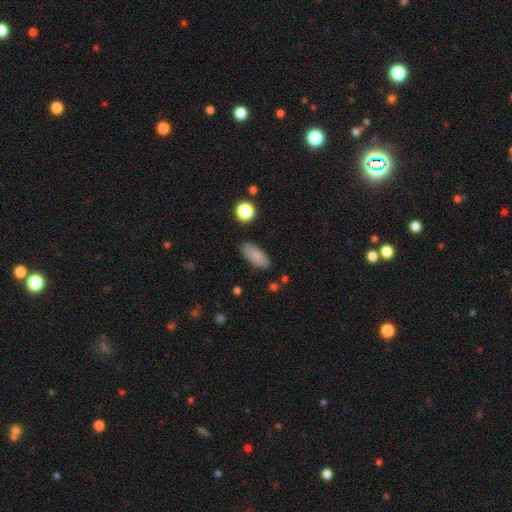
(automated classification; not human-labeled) This appears to be a smooth galaxy with no disk features (86%) that is in between round and cigar-shaped (82%). Merging: none (85%).